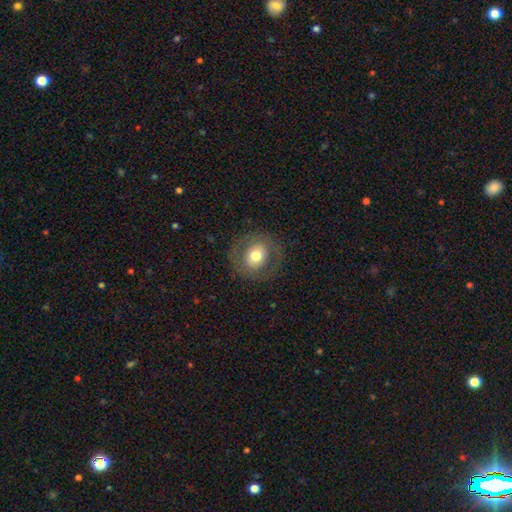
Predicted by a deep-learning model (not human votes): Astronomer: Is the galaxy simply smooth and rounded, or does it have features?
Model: smooth — 62%.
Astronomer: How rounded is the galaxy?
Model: round — 79%.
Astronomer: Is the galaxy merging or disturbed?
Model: none — 82%.